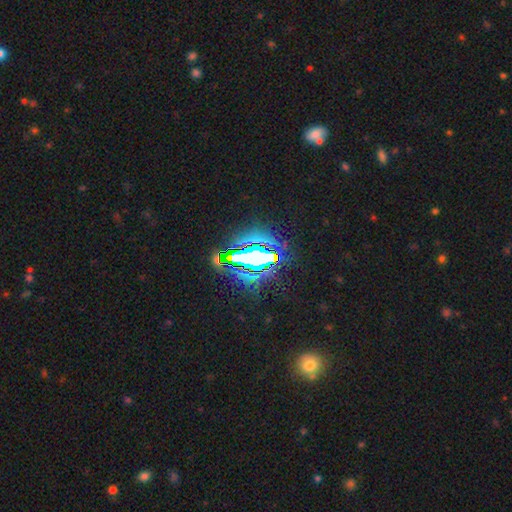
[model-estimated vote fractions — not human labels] This is likely a star or artifact rather than a galaxy (74%).